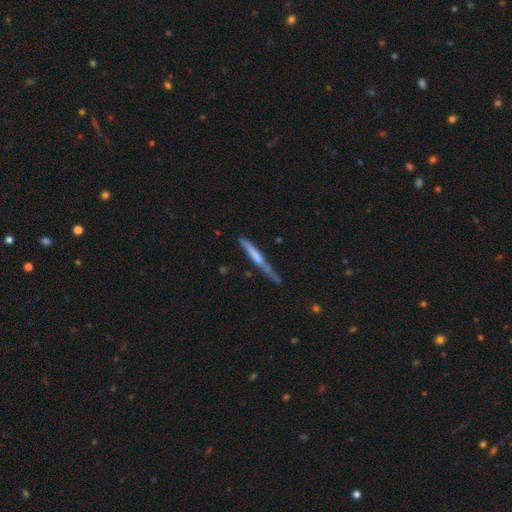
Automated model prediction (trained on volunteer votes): This appears to be a smooth galaxy with no disk features (47%). Merging: none (57%).